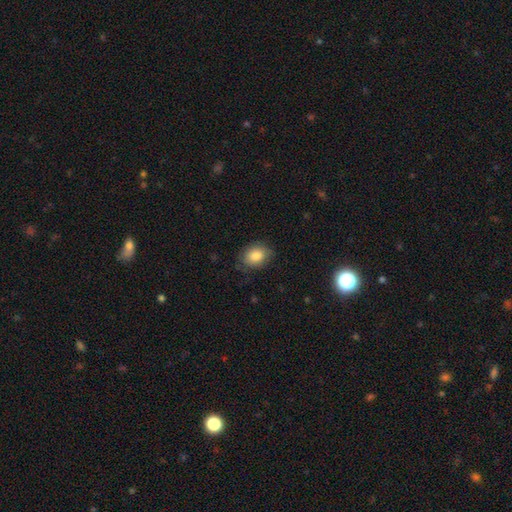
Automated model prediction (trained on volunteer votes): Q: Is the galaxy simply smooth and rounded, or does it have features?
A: smooth — 84%.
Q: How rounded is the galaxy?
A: in between — 67%.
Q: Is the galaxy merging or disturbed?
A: none — 74%.